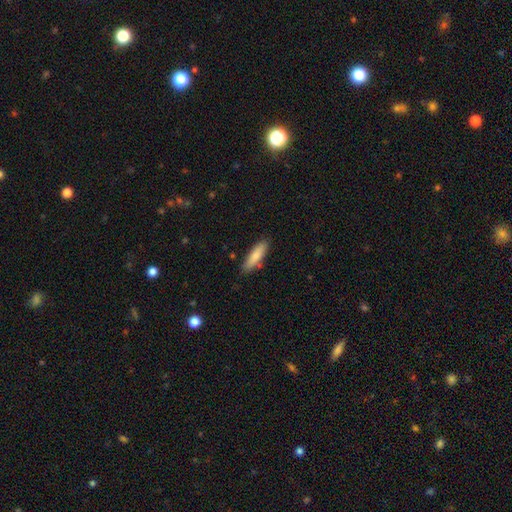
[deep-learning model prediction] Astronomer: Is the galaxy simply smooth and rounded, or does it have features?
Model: smooth — 82%.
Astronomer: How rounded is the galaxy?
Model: cigar-shaped — 63%.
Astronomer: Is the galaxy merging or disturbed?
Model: none — 83%.